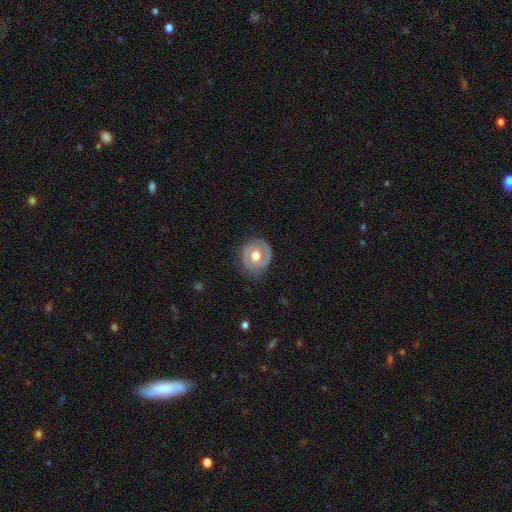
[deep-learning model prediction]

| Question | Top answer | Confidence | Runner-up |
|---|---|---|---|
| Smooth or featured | featured or disk | 69% | smooth (26%) |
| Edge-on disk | no | 97% | yes (3%) |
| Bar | no | 56% | weak (34%) |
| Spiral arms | yes | 69% | no (31%) |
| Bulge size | moderate | 69% | large (24%) |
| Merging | none | 76% | minor disturbance (17%) |